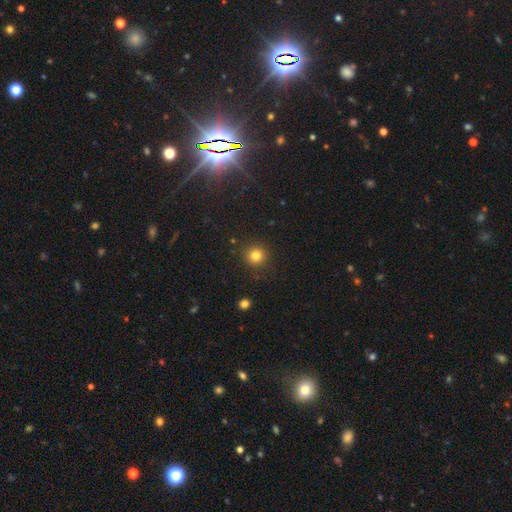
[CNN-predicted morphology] type=smooth (82%); roundness=round (94%); merging=none (89%).